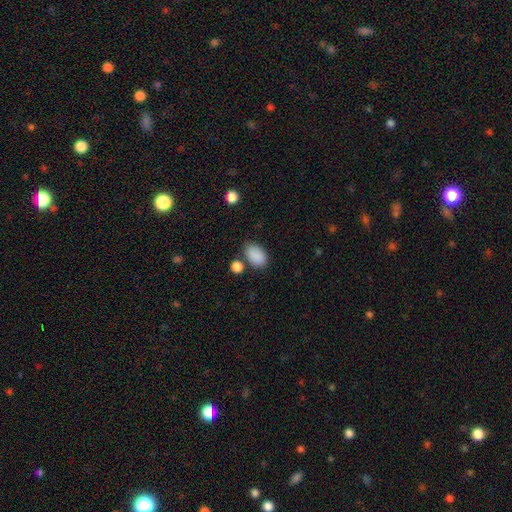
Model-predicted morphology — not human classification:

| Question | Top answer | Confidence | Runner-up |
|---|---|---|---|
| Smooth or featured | smooth | 88% | star or artifact (8%) |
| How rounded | in between | 88% | round (11%) |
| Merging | none | 72% | minor disturbance (15%) |